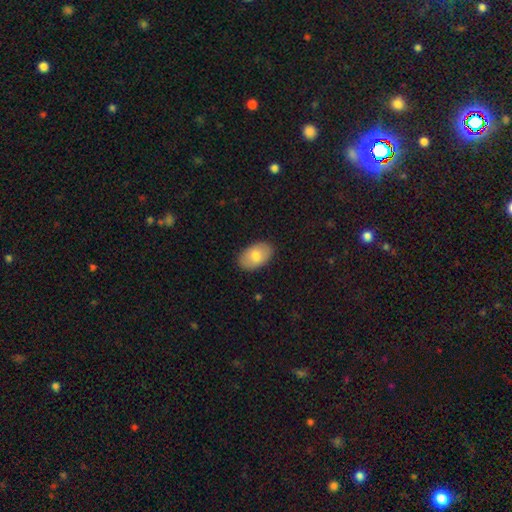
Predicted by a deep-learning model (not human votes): Smooth or featured? smooth (78%)
How rounded? in between (92%)
Merging? none (87%)